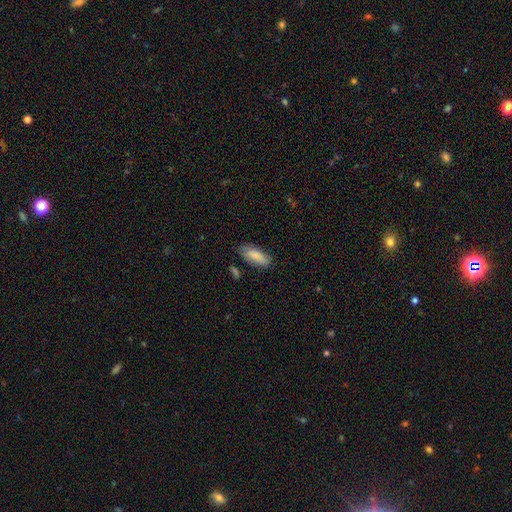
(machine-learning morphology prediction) type=smooth (85%); roundness=in between (76%); merging=none (70%).